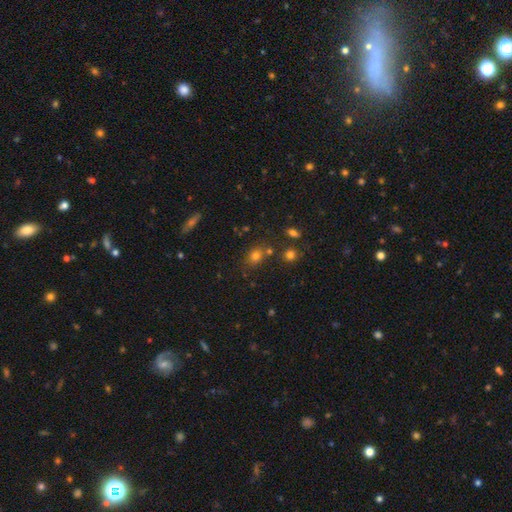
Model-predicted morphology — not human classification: Q: Smooth or featured?
A: smooth (72%); runner-up: star or artifact (18%)
Q: How rounded?
A: round (60%); runner-up: in between (38%)
Q: Merging?
A: none (68%); runner-up: merger (15%)